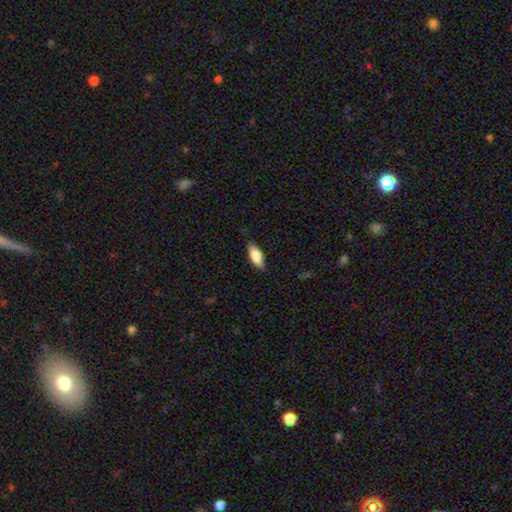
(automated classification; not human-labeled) smooth 78%, featured or disk 16%, star or artifact 6%. Down the decision tree: how rounded — in between (80%); merging — none (84%).